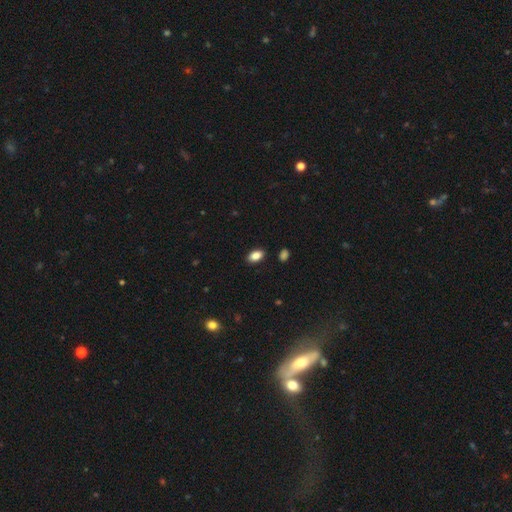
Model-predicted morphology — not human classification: smooth_or_featured: smooth (p=0.86) [alt: star or artifact p=0.08]
how_rounded: in between (p=0.91) [alt: round p=0.06]
merging: none (p=0.88) [alt: minor disturbance p=0.08]